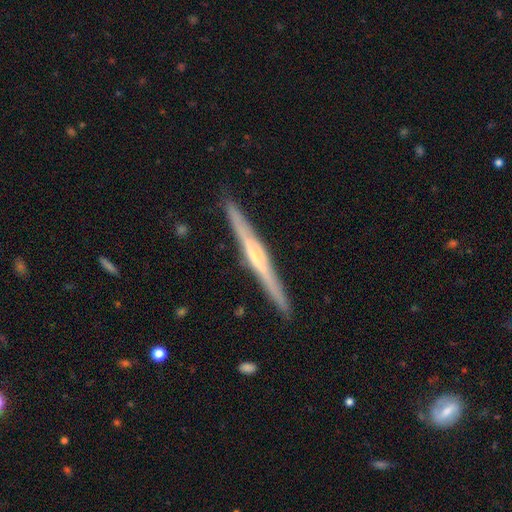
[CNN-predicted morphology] smooth-or-featured: featured or disk: 75% | smooth: 20% | star or artifact: 6%
  disk-edge-on: yes: 98% | no: 2%
    edge-on-bulge: rounded: 63% | none: 25% | boxy: 11%
  merging: none: 91% | minor disturbance: 6% | major disturbance: 1% | merger: 1%